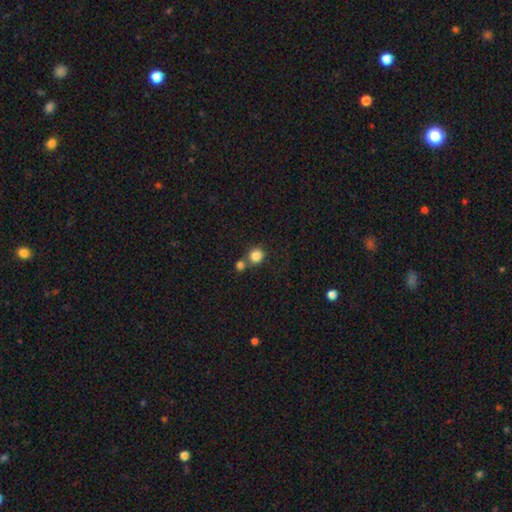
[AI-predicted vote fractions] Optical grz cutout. It shows a smooth galaxy with no disk features (84%) that is round (90%). Merging: none (55%).